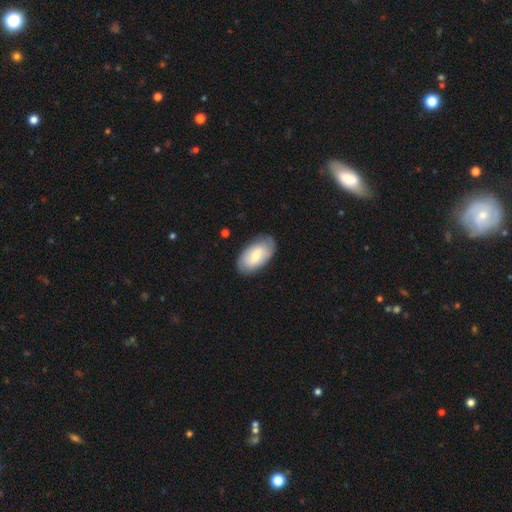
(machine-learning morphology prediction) A smooth galaxy with no disk features (65%) that is in between round and cigar-shaped (95%). Merging: none (81%).